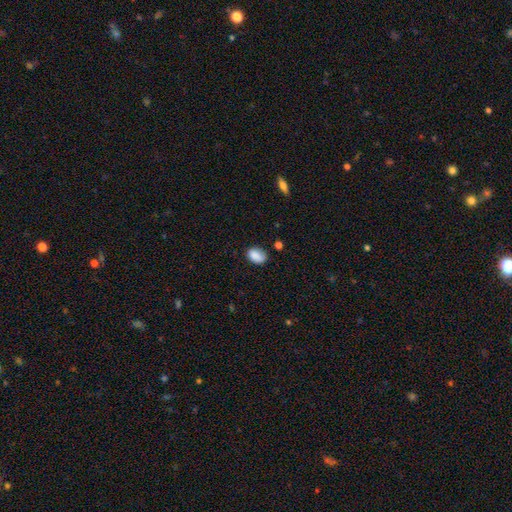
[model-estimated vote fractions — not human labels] Smooth or featured?
  - smooth: 86% *
  - star or artifact: 8%
  - featured or disk: 6%
How rounded?
  - in between: 82% *
  - round: 16%
  - cigar-shaped: 1%
Merging?
  - none: 70% *
  - minor disturbance: 23%
  - major disturbance: 5%
  - merger: 3%